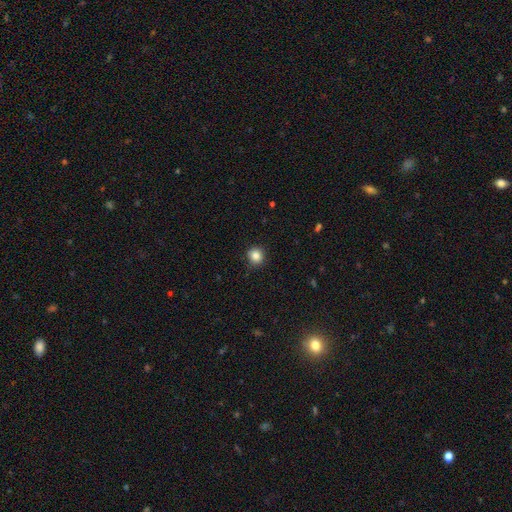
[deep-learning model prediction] Smooth or featured? smooth (85%)
How rounded? round (88%)
Merging? none (88%)